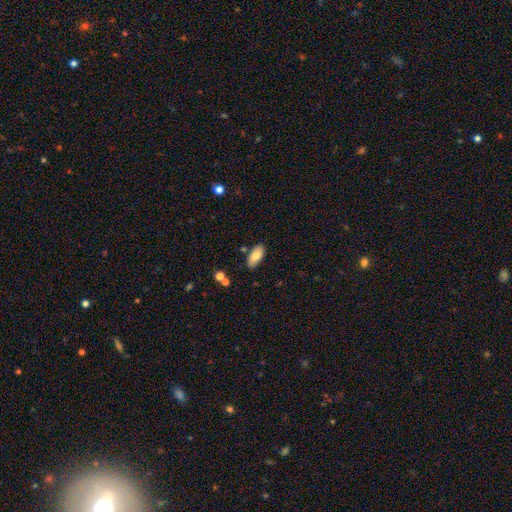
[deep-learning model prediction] Q: Smooth or featured?
A: smooth (81%); runner-up: featured or disk (12%)
Q: How rounded?
A: in between (90%); runner-up: cigar-shaped (8%)
Q: Merging?
A: none (82%); runner-up: minor disturbance (12%)